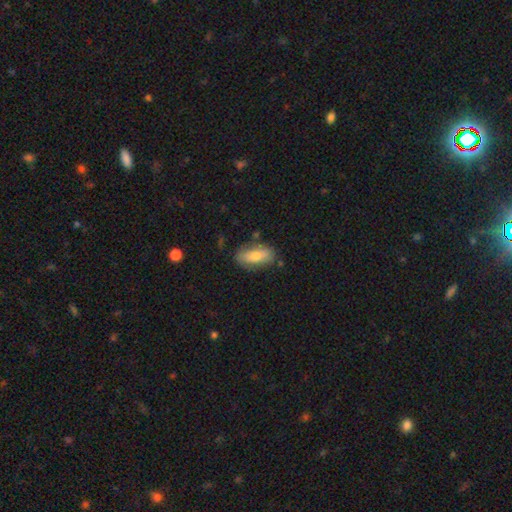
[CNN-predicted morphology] Smooth or featured? Predicted: smooth (p=0.73). How rounded? Predicted: in between (p=0.81). Merging? Predicted: none (p=0.78).